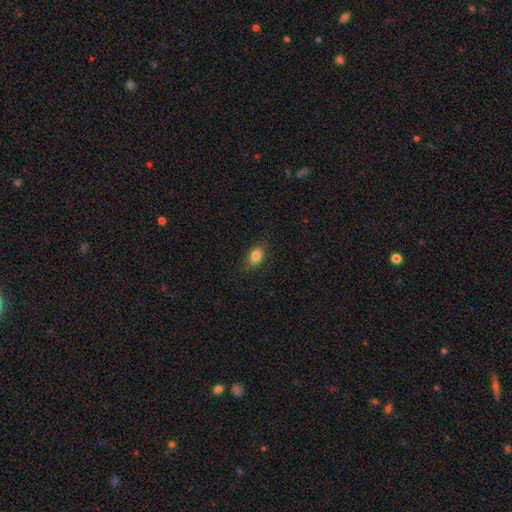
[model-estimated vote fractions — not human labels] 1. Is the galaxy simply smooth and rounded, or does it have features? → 81% smooth, 9% star or artifact, 9% featured or disk.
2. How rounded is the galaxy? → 78% in between, 18% round, 4% cigar-shaped.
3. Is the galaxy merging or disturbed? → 80% none, 15% minor disturbance, 4% major disturbance, 1% merger.